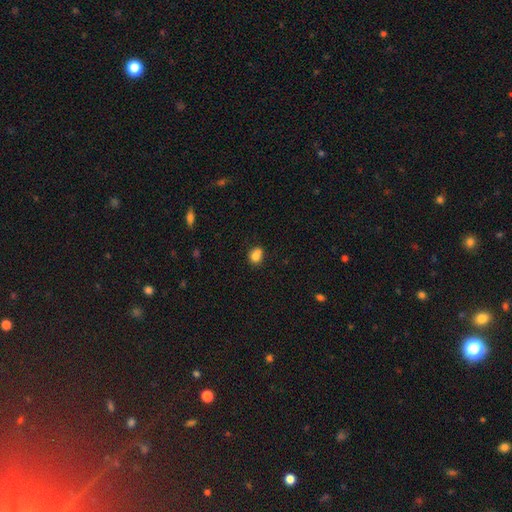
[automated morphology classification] Smooth or featured: smooth — 79% (star or artifact — 11%)
How rounded: round — 58% (in between — 41%)
Merging: none — 48% (merger — 25%)